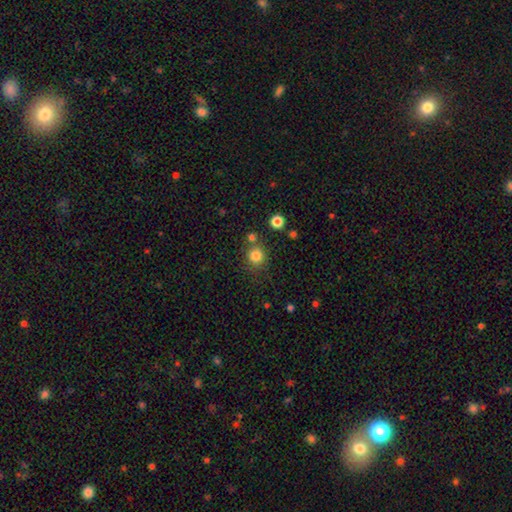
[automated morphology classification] smooth_or_featured: smooth (p=0.82) [alt: star or artifact p=0.12]
how_rounded: round (p=0.90) [alt: in between p=0.09]
merging: none (p=0.74) [alt: merger p=0.13]